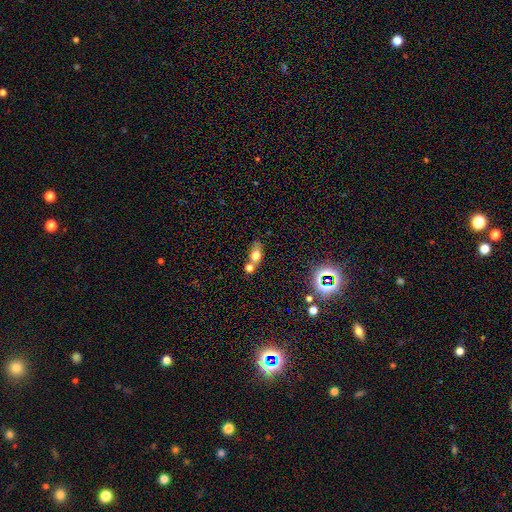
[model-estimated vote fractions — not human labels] Q: Smooth or featured?
A: smooth (70%); runner-up: featured or disk (17%)
Q: How rounded?
A: in between (70%); runner-up: round (24%)
Q: Merging?
A: none (44%); runner-up: merger (39%)